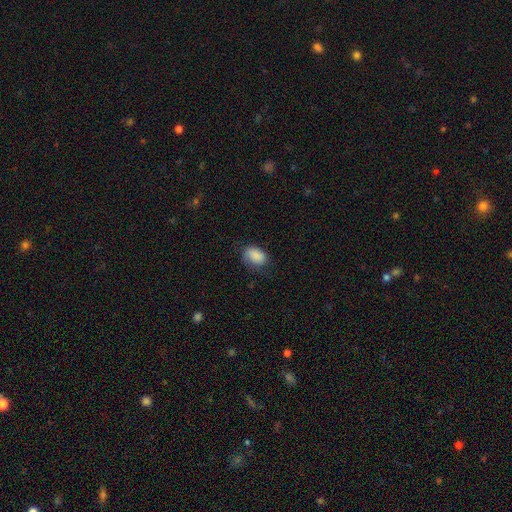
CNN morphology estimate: type=smooth (85%); roundness=in between (83%); merging=none (65%).